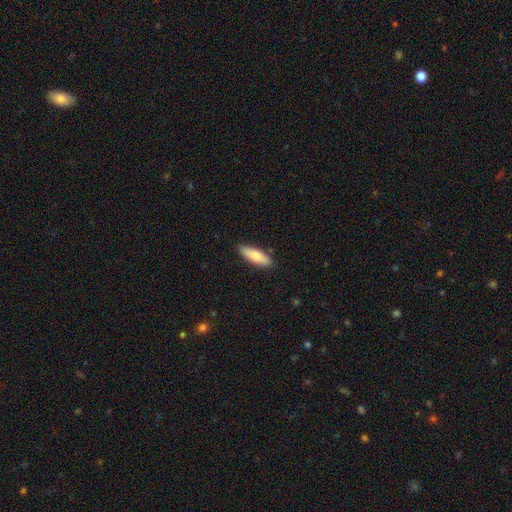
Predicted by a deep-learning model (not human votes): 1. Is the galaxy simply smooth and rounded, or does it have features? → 77% smooth, 17% featured or disk, 6% star or artifact.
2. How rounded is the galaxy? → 50% cigar-shaped, 48% in between, 2% round.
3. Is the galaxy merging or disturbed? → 86% none, 11% minor disturbance, 2% major disturbance, 1% merger.